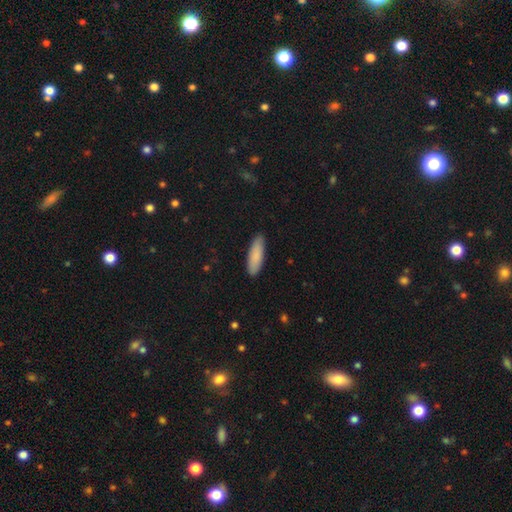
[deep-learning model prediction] Overall: smooth (87%). How rounded: in between (50%; cigar-shaped 48%). Merging: none (87%).